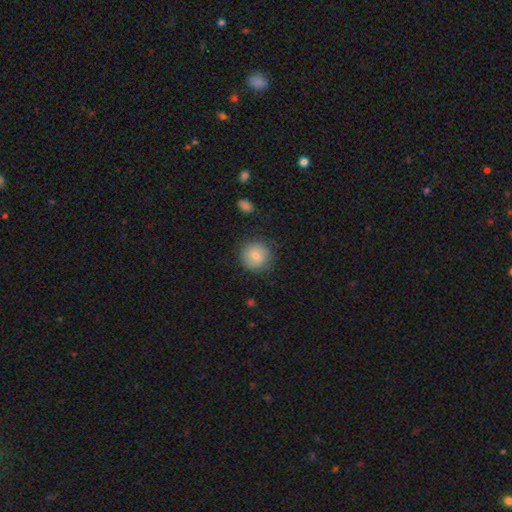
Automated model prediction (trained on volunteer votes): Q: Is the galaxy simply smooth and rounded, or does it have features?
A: smooth — 81%.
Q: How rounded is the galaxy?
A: round — 93%.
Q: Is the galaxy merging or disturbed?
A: none — 84%.